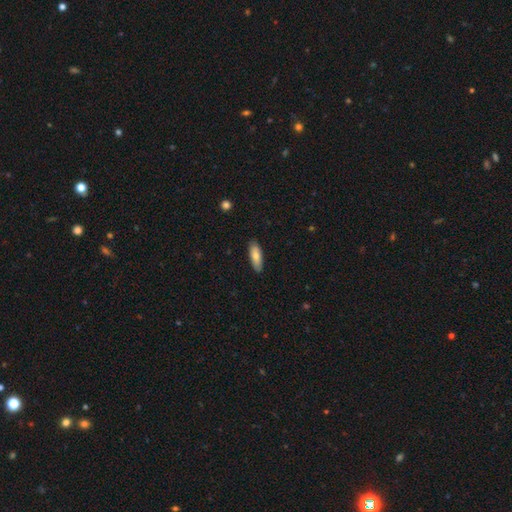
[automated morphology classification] Overall: smooth (78%). How rounded: in between (63%; cigar-shaped 35%). Merging: none (87%).